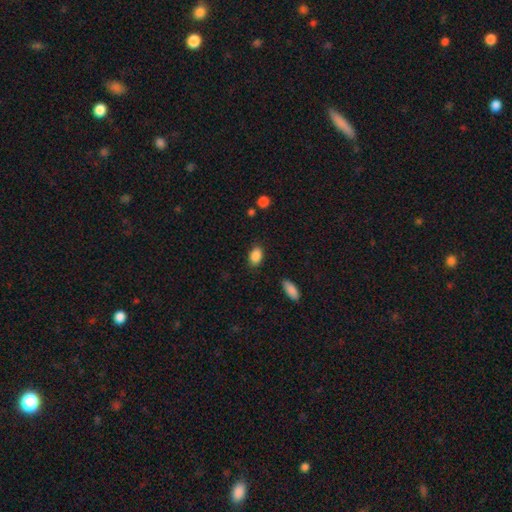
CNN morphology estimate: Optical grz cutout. It shows a smooth galaxy with no disk features (88%) that is in between round and cigar-shaped (86%). Merging: none (84%).